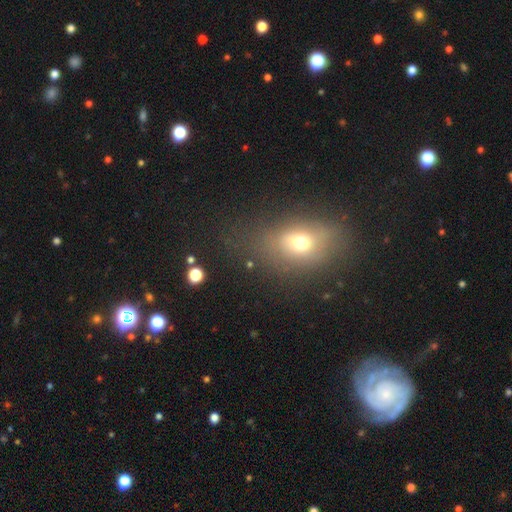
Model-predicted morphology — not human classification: Q: Smooth or featured?
A: smooth (49%); runner-up: featured or disk (28%)
Q: Merging?
A: none (73%); runner-up: minor disturbance (16%)